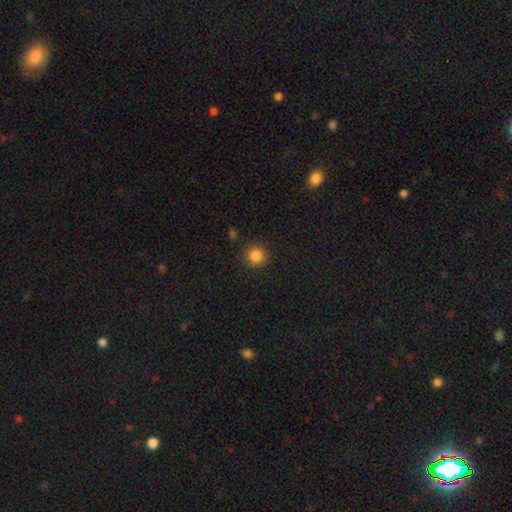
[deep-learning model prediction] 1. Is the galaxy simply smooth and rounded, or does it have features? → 85% smooth, 11% star or artifact, 4% featured or disk.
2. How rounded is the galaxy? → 94% round, 5% in between, 1% cigar-shaped.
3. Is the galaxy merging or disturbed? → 90% none, 7% minor disturbance, 2% major disturbance, 2% merger.